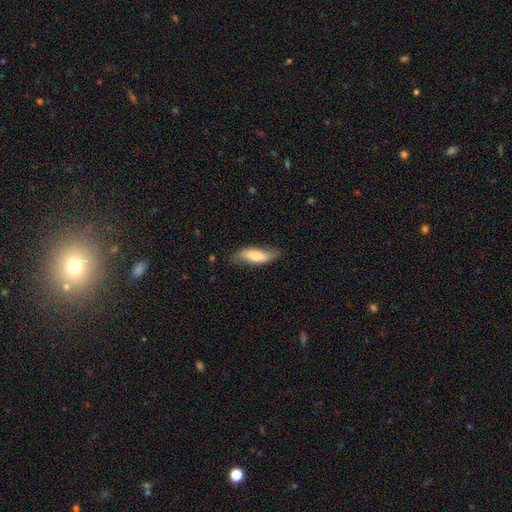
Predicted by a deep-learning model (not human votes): smooth-or-featured: smooth: 69% | featured or disk: 25% | star or artifact: 6%
  how-rounded: in between: 53% | cigar-shaped: 45% | round: 2%
  merging: none: 69% | minor disturbance: 24% | major disturbance: 6% | merger: 2%